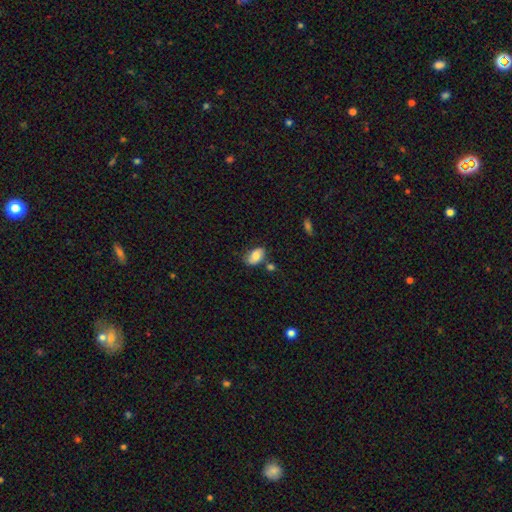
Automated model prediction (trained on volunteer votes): Smooth or featured? Predicted: smooth (p=0.77). How rounded? Predicted: in between (p=0.90). Merging? Predicted: none (p=0.58).